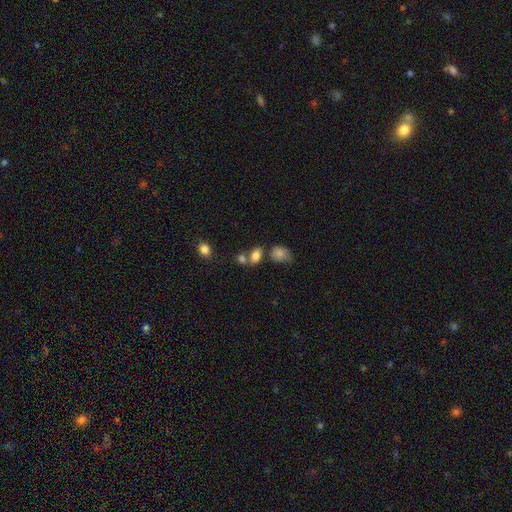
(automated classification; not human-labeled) A smooth galaxy with no disk features (80%) that is in between round and cigar-shaped (72%). Merging: none (46%).